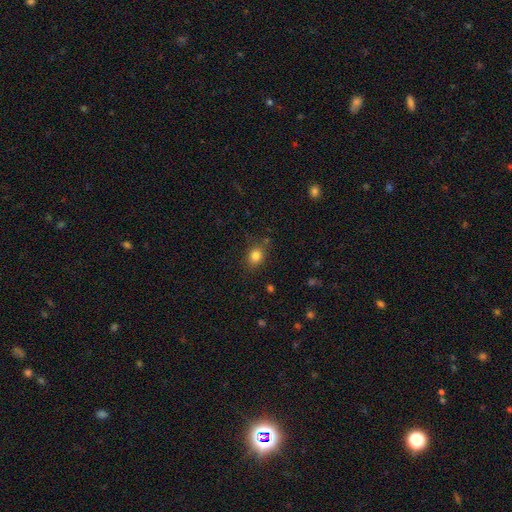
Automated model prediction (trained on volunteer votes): A smooth galaxy with no disk features (83%) that is round (52%).

Vote fractions:
- Smooth or featured? smooth: 83% / star or artifact: 11% / featured or disk: 6%
- How rounded? round: 52% / in between: 47% / cigar-shaped: 1%
- Merging? none: 79% / minor disturbance: 14% / major disturbance: 4% / merger: 3%